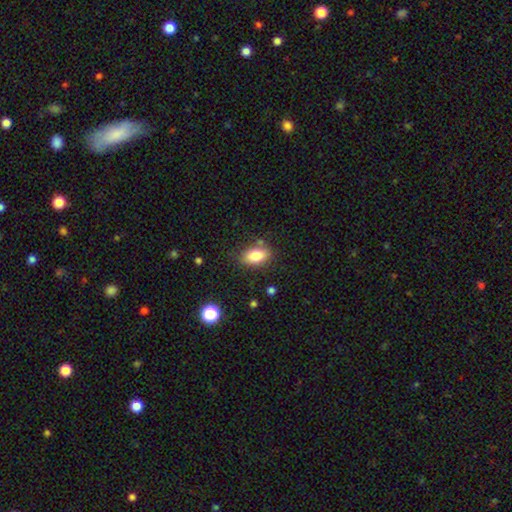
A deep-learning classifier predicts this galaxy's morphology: A smooth galaxy with no disk features (82%) that is in between round and cigar-shaped (88%). Merging: none (77%).